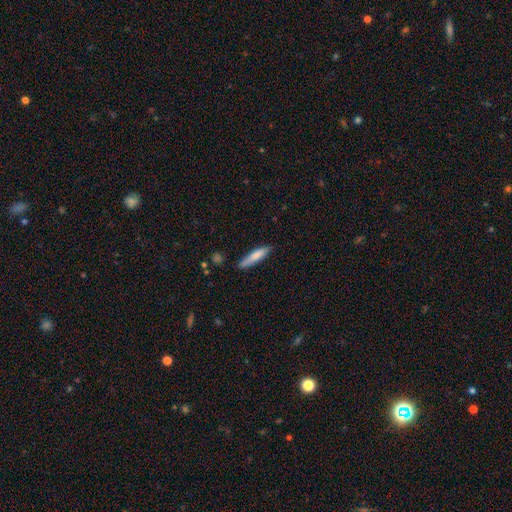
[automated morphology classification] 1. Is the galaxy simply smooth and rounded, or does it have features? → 76% smooth, 19% featured or disk, 6% star or artifact.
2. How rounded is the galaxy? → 86% cigar-shaped, 13% in between, 1% round.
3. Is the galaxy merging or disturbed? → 79% none, 16% minor disturbance, 3% major disturbance, 2% merger.